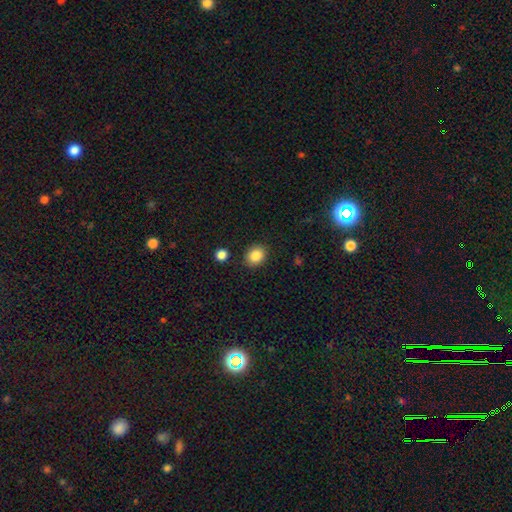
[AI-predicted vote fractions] Smooth or featured? smooth (86%)
How rounded? round (60%)
Merging? none (85%)